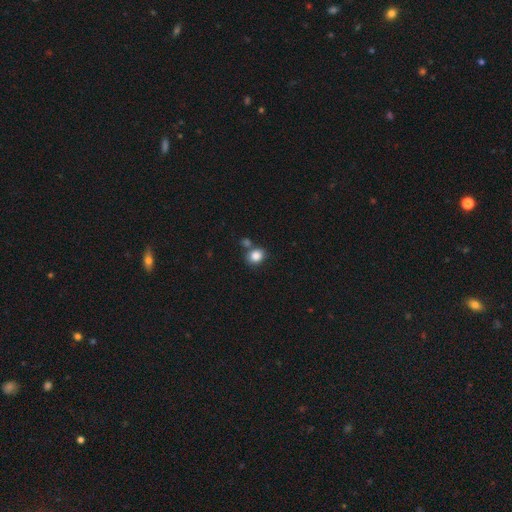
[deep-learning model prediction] smooth_or_featured: smooth (p=0.85) [alt: star or artifact p=0.10]
how_rounded: round (p=0.67) [alt: in between p=0.32]
merging: none (p=0.66) [alt: merger p=0.18]